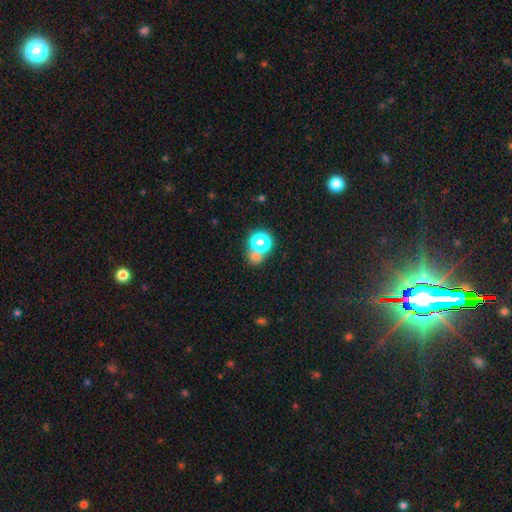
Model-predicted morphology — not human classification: This is likely a smooth galaxy (63%). How rounded: clearly round (80%). Merging: possibly none (50%).